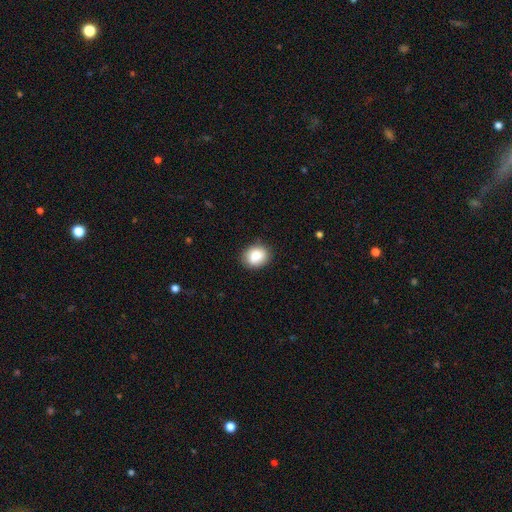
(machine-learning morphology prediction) This appears to be a smooth galaxy with no disk features (86%) that is round (57%). Merging: none (85%).